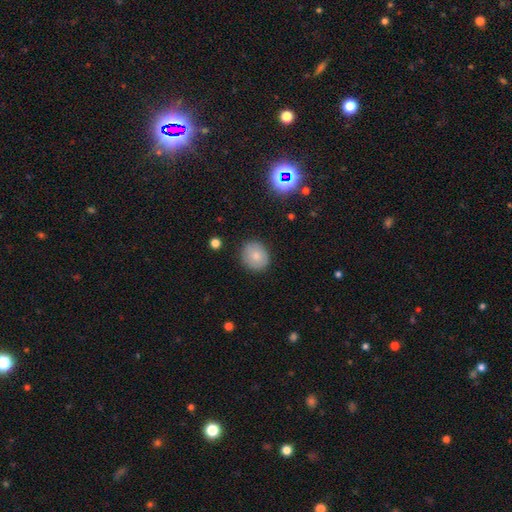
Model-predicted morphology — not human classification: A smooth galaxy with no disk features (79%) that is round (72%).

Vote fractions:
- Smooth or featured? smooth: 79% / featured or disk: 12% / star or artifact: 9%
- How rounded? round: 72% / in between: 27% / cigar-shaped: 1%
- Merging? none: 86% / minor disturbance: 10% / major disturbance: 3% / merger: 1%